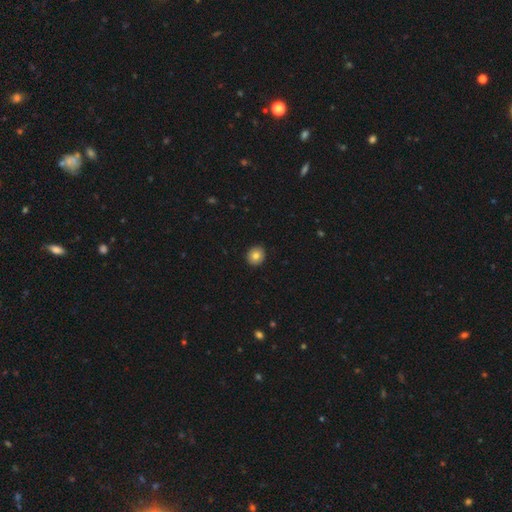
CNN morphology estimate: The model was most divided on "smooth or featured": smooth: 81%, featured or disk: 11%, star or artifact: 9%. More confident: merging — none (91%); how rounded — round (86%).